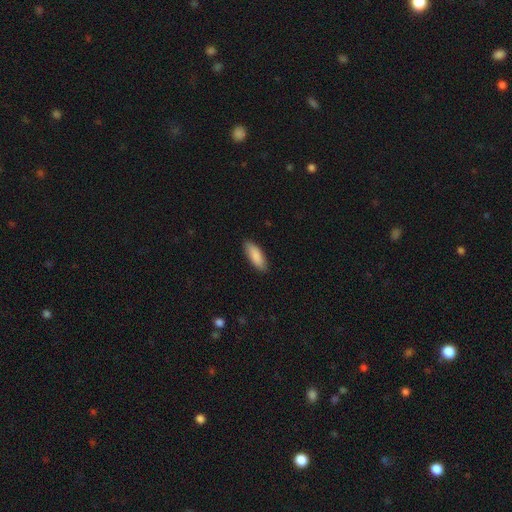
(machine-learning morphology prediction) This is clearly a smooth galaxy (88%). How rounded: likely in between (70%). Merging: clearly none (87%).